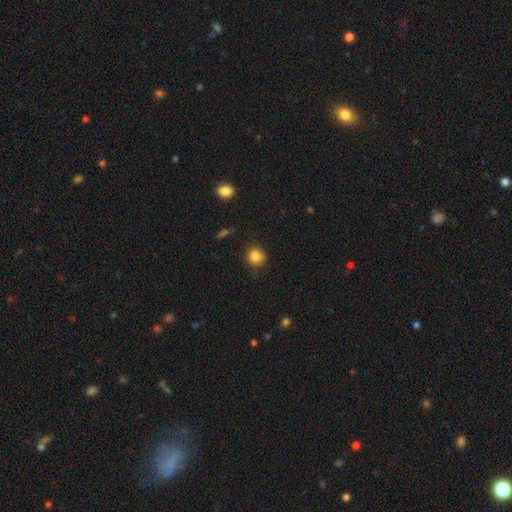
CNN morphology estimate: Smooth or featured: smooth — 83% (star or artifact — 10%)
How rounded: round — 86% (in between — 13%)
Merging: none — 79% (minor disturbance — 16%)